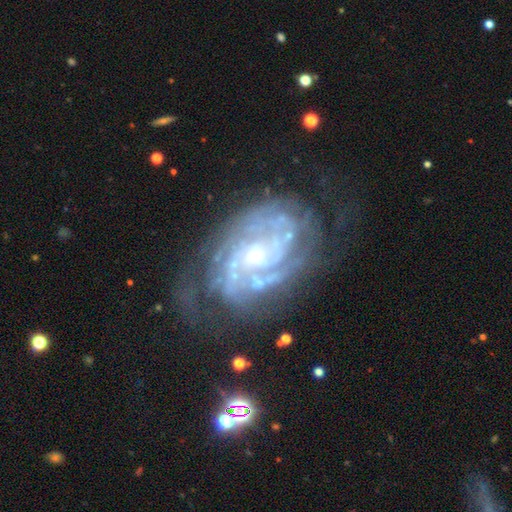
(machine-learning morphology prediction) The model was most divided on "spiral arm count": can't tell: 34%, 2: 23%, 3: 17%, 4: 12%, more than 4: 8%, 1: 6%. More confident: edge-on disk — no (97%); spiral arms — yes (95%); smooth or featured — featured or disk (88%); bar — no (73%); spiral winding — tight (69%); bulge size — small (61%); merging — none (59%).